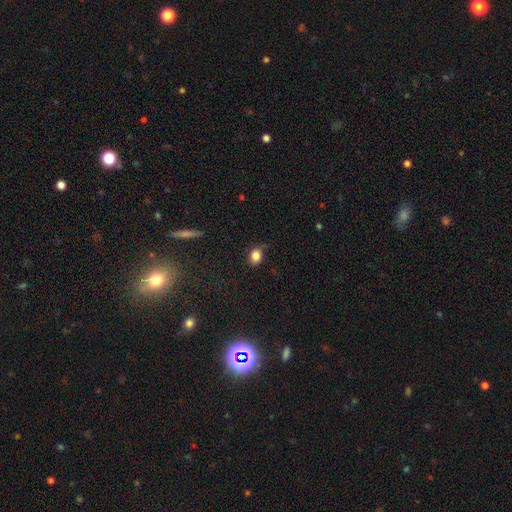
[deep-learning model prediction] smooth 84%, star or artifact 10%, featured or disk 6%. Down the decision tree: how rounded — round (53%); merging — none (71%).